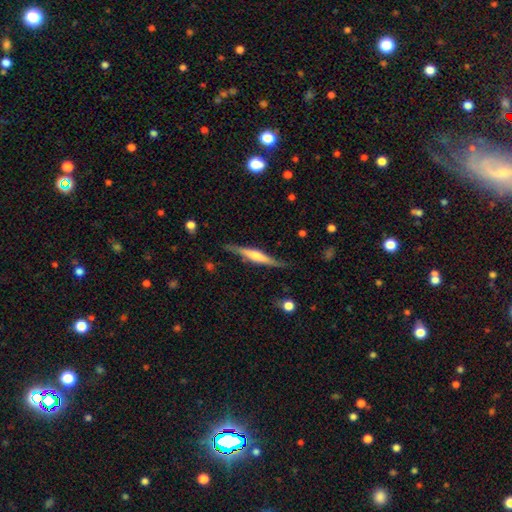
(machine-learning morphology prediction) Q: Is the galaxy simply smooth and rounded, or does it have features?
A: featured or disk — 64%.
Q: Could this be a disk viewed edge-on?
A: yes — 94%.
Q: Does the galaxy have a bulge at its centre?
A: rounded — 53%.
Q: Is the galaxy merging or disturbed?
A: none — 78%.